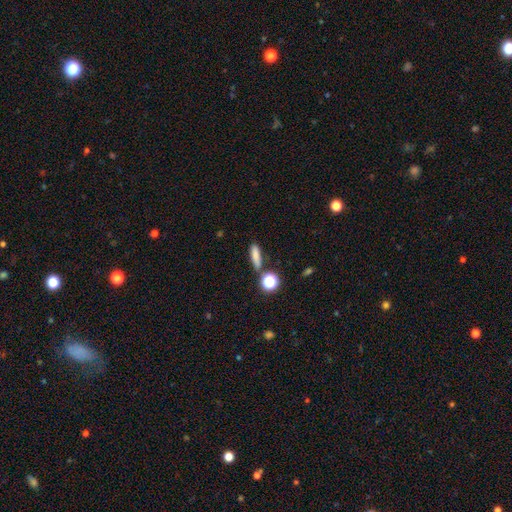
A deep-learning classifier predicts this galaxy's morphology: Overall: smooth (77%). How rounded: cigar-shaped (58%; in between 31%). Merging: none (75%).